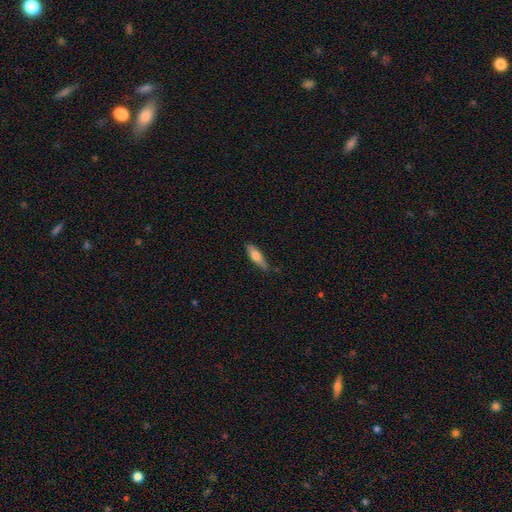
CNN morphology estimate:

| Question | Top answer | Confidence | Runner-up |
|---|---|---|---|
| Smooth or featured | smooth | 62% | featured or disk (33%) |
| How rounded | cigar-shaped | 62% | in between (36%) |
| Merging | none | 78% | minor disturbance (18%) |